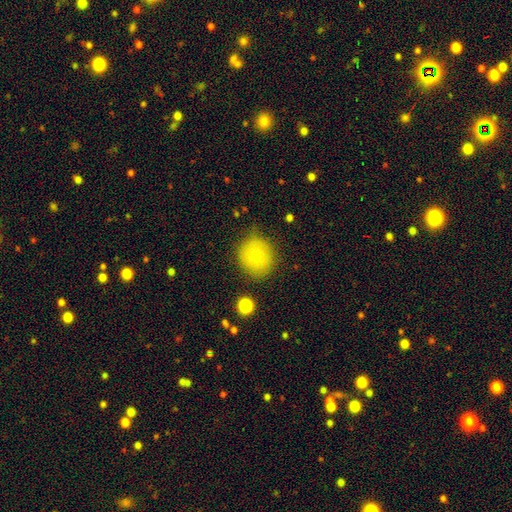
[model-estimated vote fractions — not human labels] Smooth or featured? smooth (73%)
How rounded? round (87%)
Merging? none (82%)